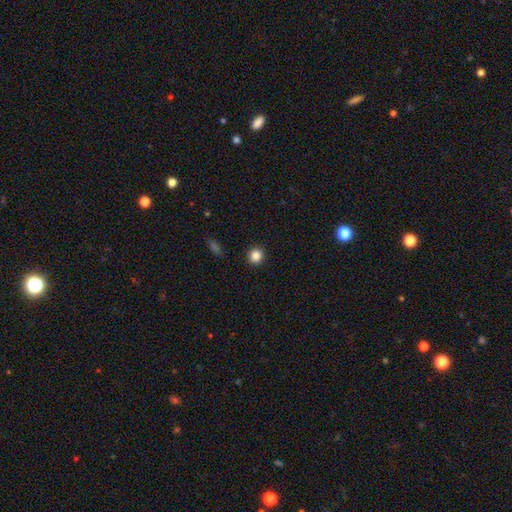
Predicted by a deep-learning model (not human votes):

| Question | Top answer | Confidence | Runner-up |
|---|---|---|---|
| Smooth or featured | smooth | 85% | star or artifact (11%) |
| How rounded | round | 90% | in between (9%) |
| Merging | none | 92% | minor disturbance (5%) |